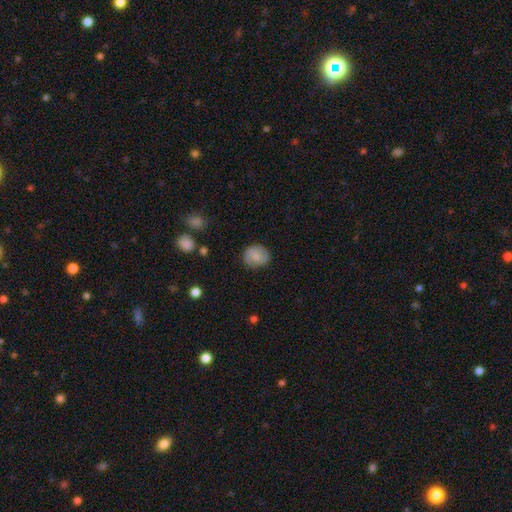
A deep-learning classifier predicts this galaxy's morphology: Overall: smooth (68%). How rounded: round (72%). Merging: none (77%).